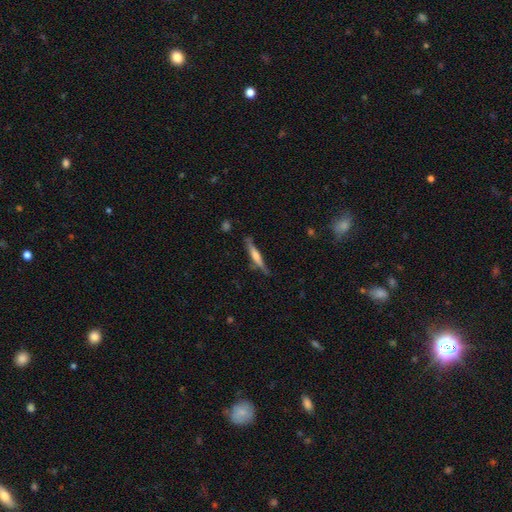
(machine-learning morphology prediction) Q: Smooth or featured?
A: featured or disk (50%); runner-up: smooth (43%)
Q: Edge-on disk?
A: yes (95%); runner-up: no (5%)
Q: Merging?
A: none (78%); runner-up: minor disturbance (16%)